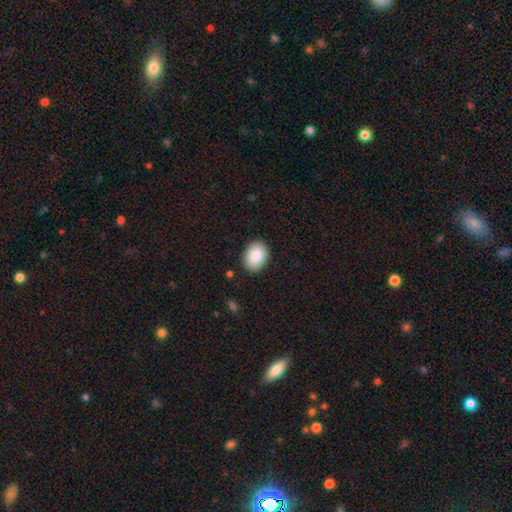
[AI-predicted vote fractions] Morphology: type=smooth (89%); roundness=in between (77%); merging=none (88%).